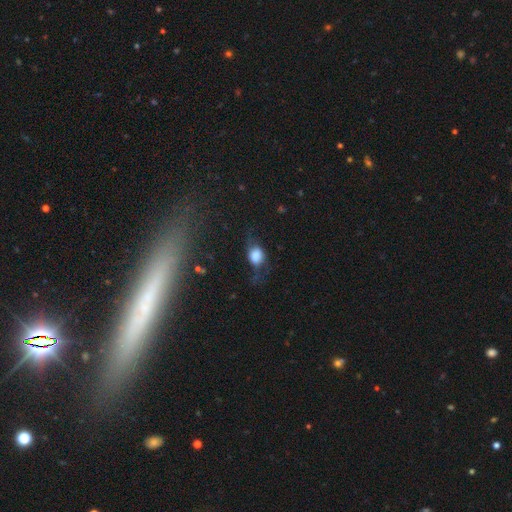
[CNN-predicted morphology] Q: Smooth or featured?
A: smooth (65%); runner-up: featured or disk (24%)
Q: How rounded?
A: in between (56%); runner-up: round (42%)
Q: Merging?
A: none (43%); runner-up: minor disturbance (28%)